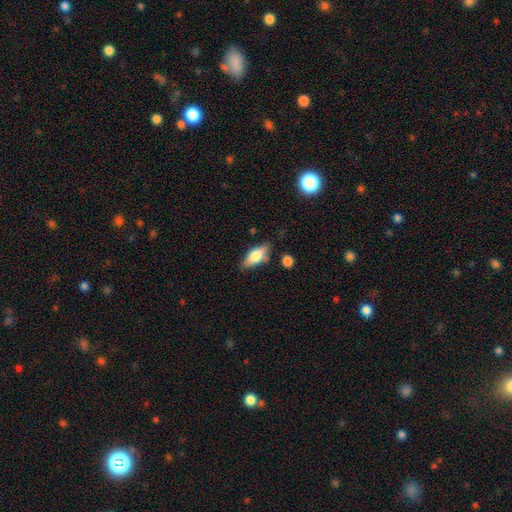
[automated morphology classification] Smooth or featured: smooth — 65% (featured or disk — 28%)
How rounded: in between — 78% (cigar-shaped — 19%)
Merging: none — 74% (minor disturbance — 17%)